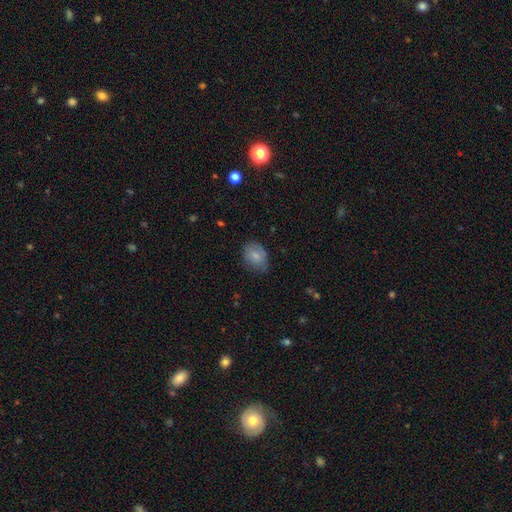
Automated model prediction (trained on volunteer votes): A smooth galaxy with no disk features (79%) that is in between round and cigar-shaped (69%).

Vote fractions:
- Smooth or featured? smooth: 79% / featured or disk: 13% / star or artifact: 8%
- How rounded? in between: 69% / round: 30% / cigar-shaped: 1%
- Merging? none: 70% / minor disturbance: 24% / major disturbance: 5% / merger: 1%